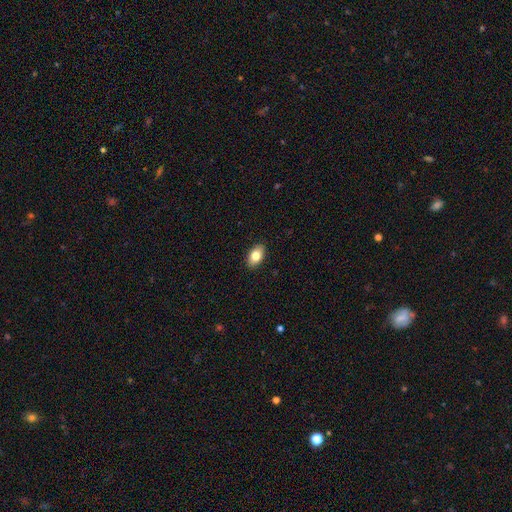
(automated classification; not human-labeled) This appears to be a smooth galaxy with no disk features (79%) that is in between round and cigar-shaped (92%). Merging: none (89%).